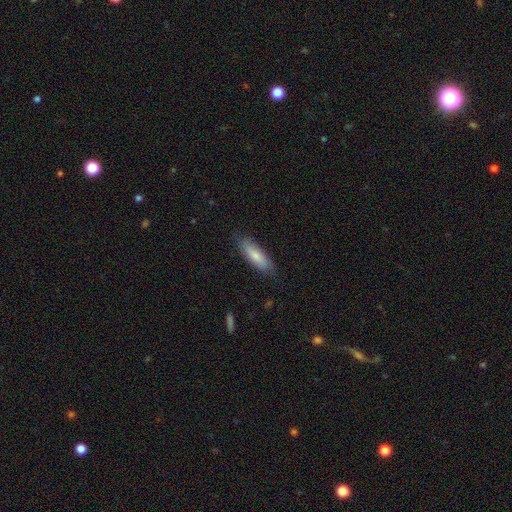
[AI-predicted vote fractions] Smooth or featured? smooth (78%)
How rounded? in between (54%)
Merging? none (81%)